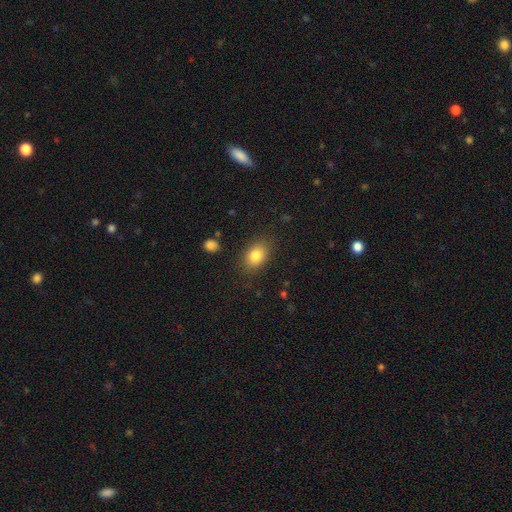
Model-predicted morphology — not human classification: Smooth or featured? smooth (82%)
How rounded? in between (77%)
Merging? none (83%)